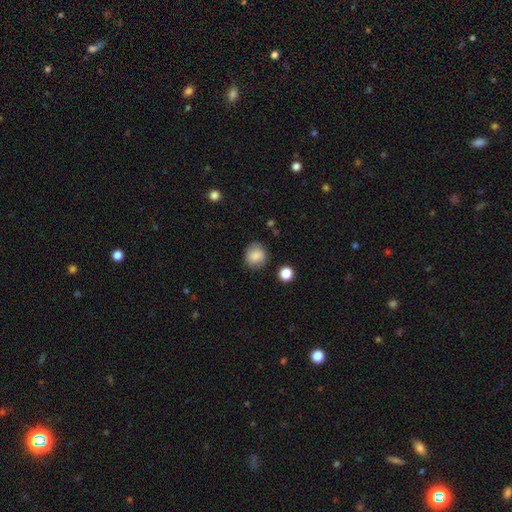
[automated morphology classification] Smooth or featured? Predicted: smooth (p=0.85). How rounded? Predicted: round (p=0.83). Merging? Predicted: none (p=0.83).